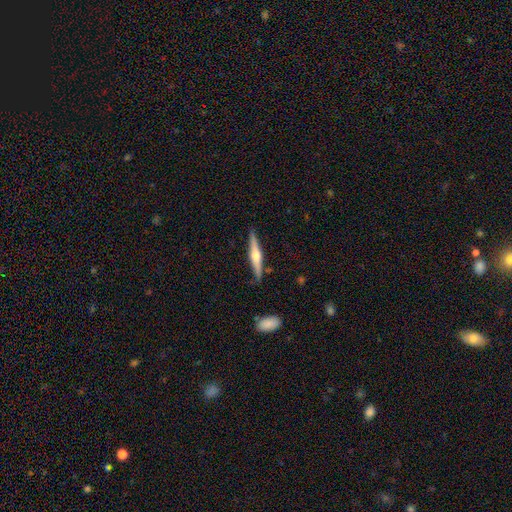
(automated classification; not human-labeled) Q: Smooth or featured?
A: featured or disk (69%); runner-up: smooth (26%)
Q: Edge-on disk?
A: yes (97%); runner-up: no (3%)
Q: Edge-on bulge?
A: rounded (93%); runner-up: boxy (4%)
Q: Merging?
A: none (85%); runner-up: minor disturbance (11%)